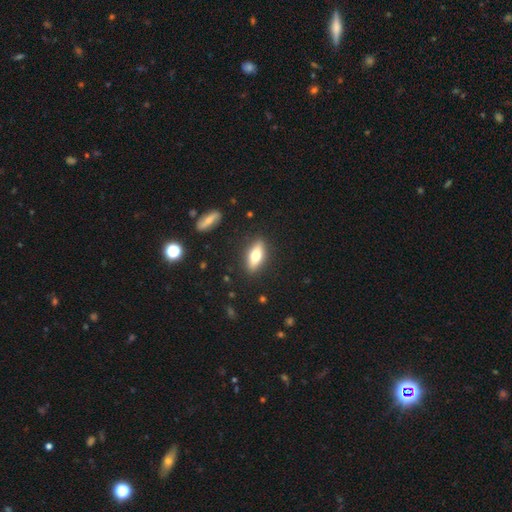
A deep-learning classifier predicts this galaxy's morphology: The model was most divided on "smooth or featured": smooth: 60%, featured or disk: 33%, star or artifact: 7%. More confident: merging — none (87%); how rounded — in between (65%).